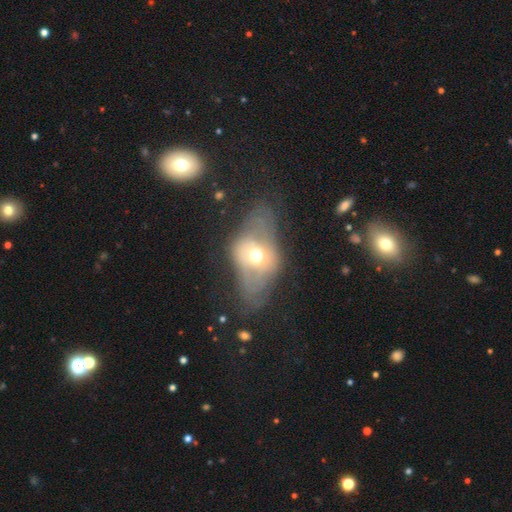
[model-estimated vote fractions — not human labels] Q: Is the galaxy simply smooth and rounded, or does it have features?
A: featured or disk — 53%.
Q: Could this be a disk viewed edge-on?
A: no — 88%.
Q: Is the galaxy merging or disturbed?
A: none — 39%.